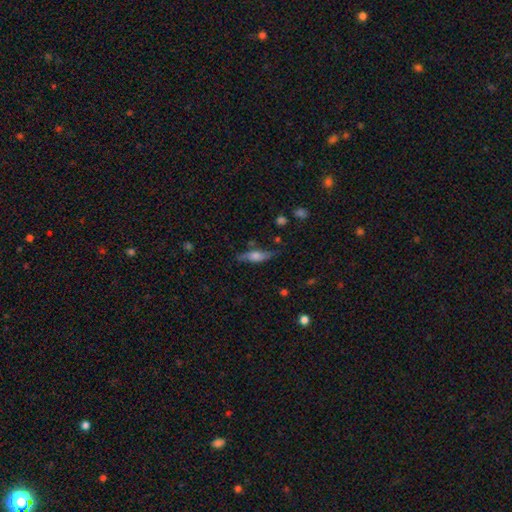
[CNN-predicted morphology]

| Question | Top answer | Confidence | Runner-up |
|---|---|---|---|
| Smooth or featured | smooth | 48% | featured or disk (45%) |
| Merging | none | 69% | minor disturbance (22%) |